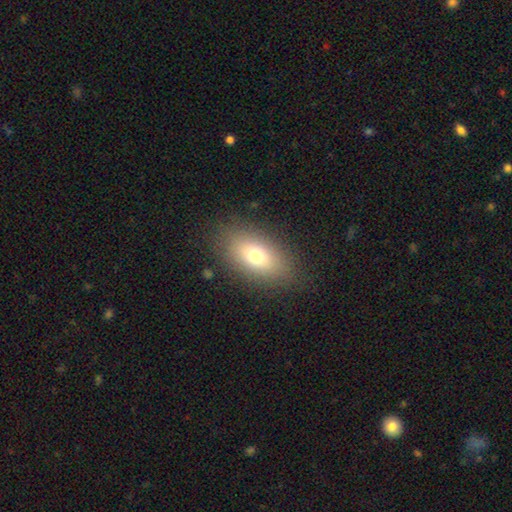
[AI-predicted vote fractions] smooth-or-featured: smooth: 74% | featured or disk: 16% | star or artifact: 10%
  how-rounded: in between: 88% | round: 8% | cigar-shaped: 4%
  merging: none: 85% | minor disturbance: 10% | major disturbance: 4% | merger: 1%